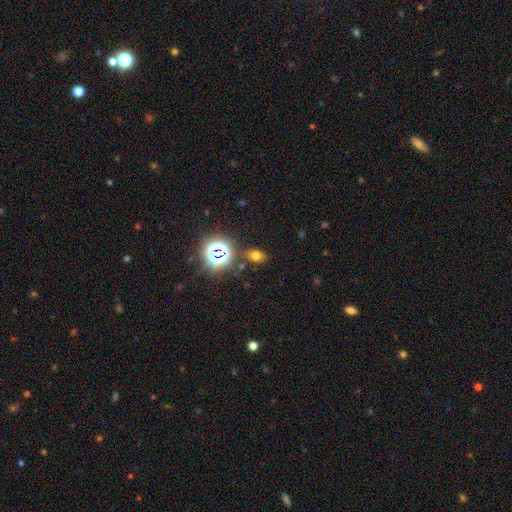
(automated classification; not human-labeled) A smooth galaxy with no disk features (60%) that is in between round and cigar-shaped (77%).

Vote fractions:
- Smooth or featured? smooth: 60% / star or artifact: 30% / featured or disk: 10%
- How rounded? in between: 77% / round: 21% / cigar-shaped: 2%
- Merging? none: 82% / minor disturbance: 10% / merger: 4% / major disturbance: 4%